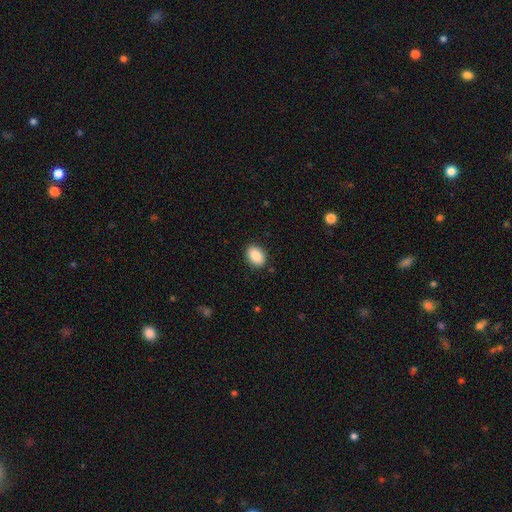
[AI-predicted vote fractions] Morphology: type=smooth (89%); roundness=in between (82%); merging=none (88%).